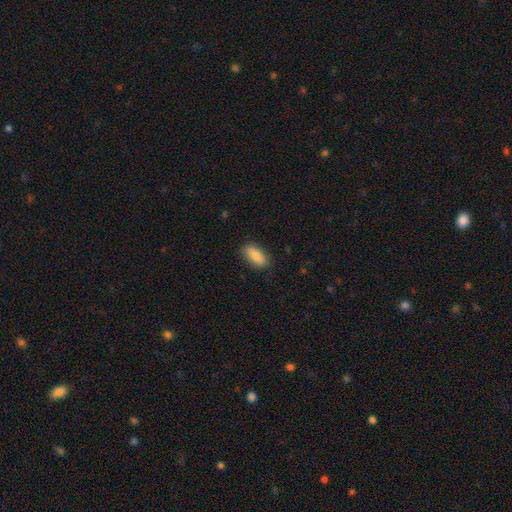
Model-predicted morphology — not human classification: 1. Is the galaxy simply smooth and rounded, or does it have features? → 85% smooth, 8% featured or disk, 7% star or artifact.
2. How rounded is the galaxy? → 87% in between, 11% cigar-shaped, 3% round.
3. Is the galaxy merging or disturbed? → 85% none, 12% minor disturbance, 3% major disturbance, 1% merger.